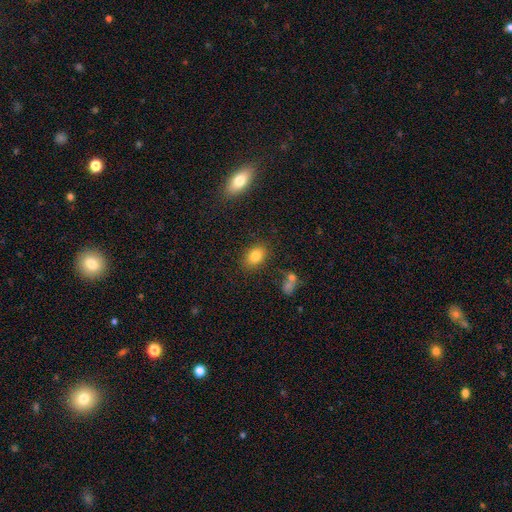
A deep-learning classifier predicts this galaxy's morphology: This is clearly a smooth galaxy (81%). How rounded: likely in between (77%). Merging: clearly none (83%).